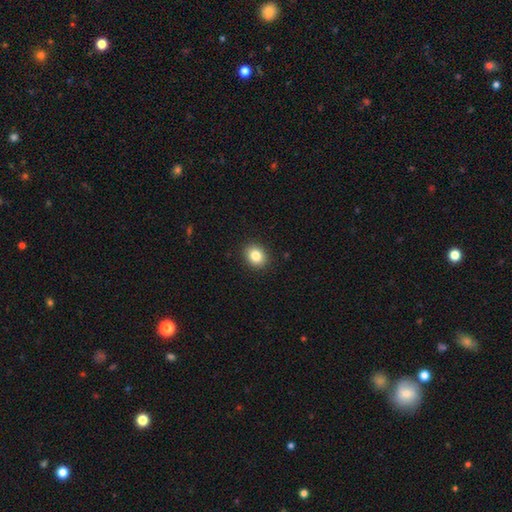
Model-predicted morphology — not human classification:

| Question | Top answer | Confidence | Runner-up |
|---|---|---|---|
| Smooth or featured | smooth | 84% | star or artifact (10%) |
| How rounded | round | 59% | in between (40%) |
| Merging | none | 91% | minor disturbance (7%) |